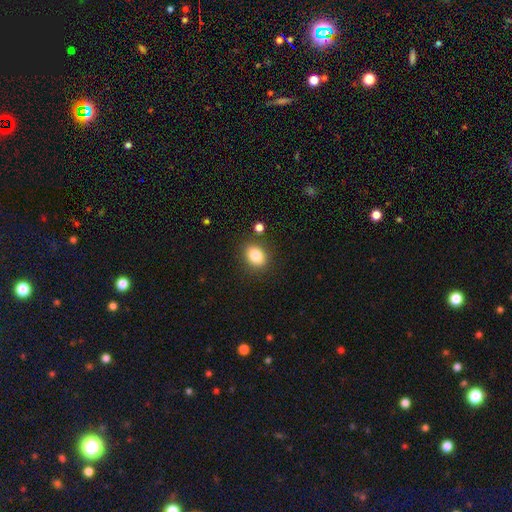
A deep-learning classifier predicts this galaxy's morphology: This is clearly a smooth galaxy (83%). How rounded: possibly in between (56%). Merging: clearly none (84%).